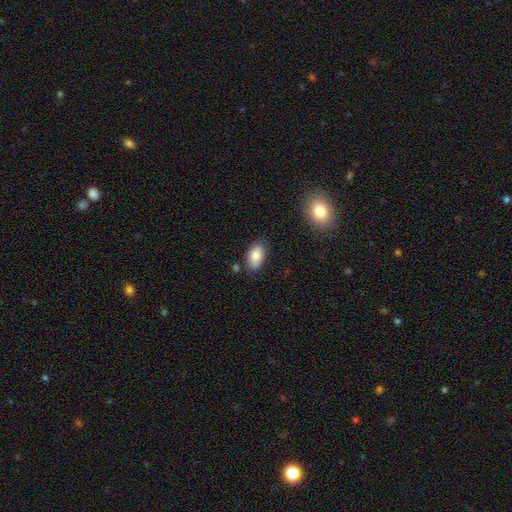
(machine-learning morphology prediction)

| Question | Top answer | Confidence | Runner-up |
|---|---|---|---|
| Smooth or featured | smooth | 85% | star or artifact (7%) |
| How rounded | in between | 93% | round (5%) |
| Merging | none | 75% | minor disturbance (18%) |